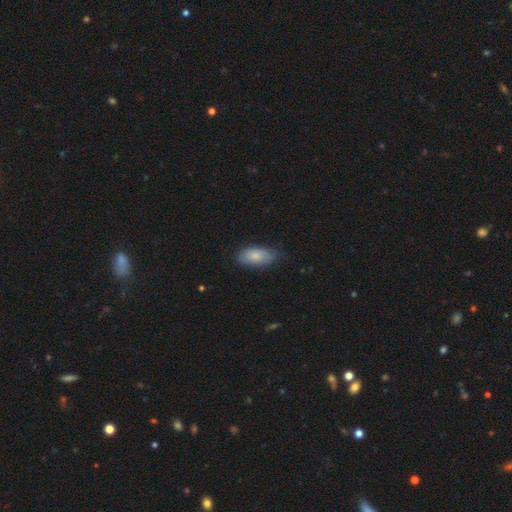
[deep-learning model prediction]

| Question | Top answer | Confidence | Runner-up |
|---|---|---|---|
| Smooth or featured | smooth | 75% | featured or disk (18%) |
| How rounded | in between | 91% | cigar-shaped (7%) |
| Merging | none | 66% | minor disturbance (28%) |